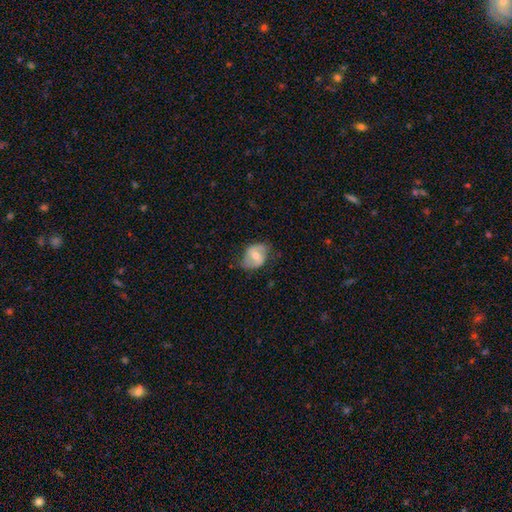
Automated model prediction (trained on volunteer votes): smooth-or-featured: featured or disk: 54% | smooth: 40% | star or artifact: 6%
  disk-edge-on: no: 96% | yes: 4%
    bar: weak: 44% | no: 35% | strong: 20%
    has-spiral-arms: yes: 72% | no: 28%
    bulge-size: moderate: 66% | small: 28% | large: 4% | none: 2% | dominant: 1%
  merging: none: 67% | minor disturbance: 25% | major disturbance: 8% | merger: 1%